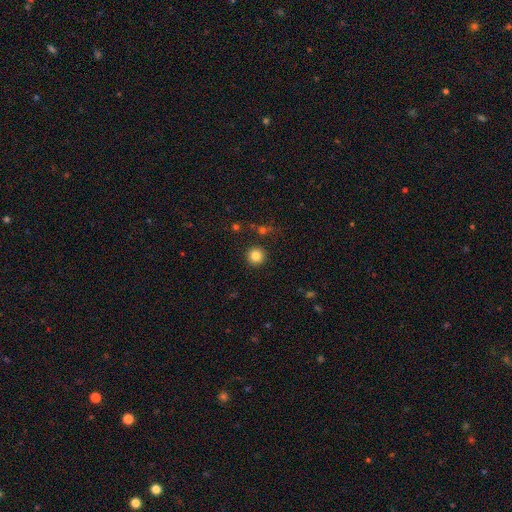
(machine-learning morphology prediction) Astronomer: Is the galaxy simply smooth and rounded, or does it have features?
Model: smooth — 83%.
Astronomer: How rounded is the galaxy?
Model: round — 95%.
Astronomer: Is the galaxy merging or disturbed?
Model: none — 90%.